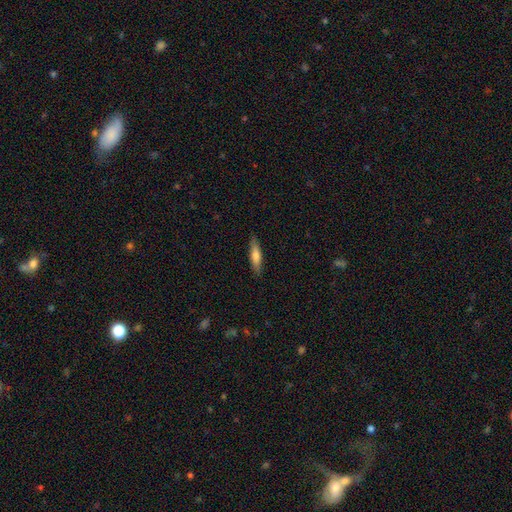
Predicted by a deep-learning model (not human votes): Smooth or featured?
  - smooth: 67% *
  - featured or disk: 27%
  - star or artifact: 6%
How rounded?
  - cigar-shaped: 79% *
  - in between: 20%
  - round: 2%
Merging?
  - none: 87% *
  - minor disturbance: 10%
  - major disturbance: 2%
  - merger: 1%